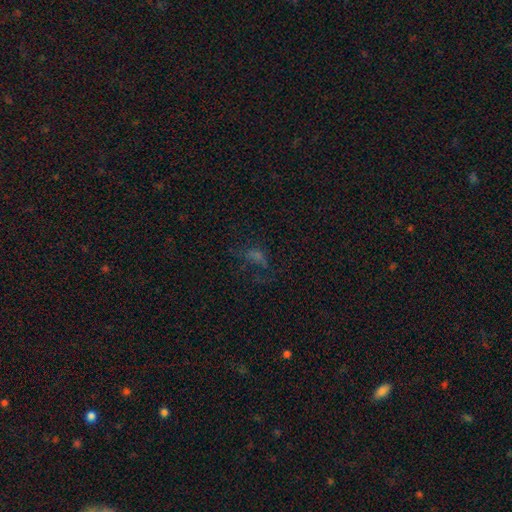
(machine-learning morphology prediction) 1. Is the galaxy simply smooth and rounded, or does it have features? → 37% star or artifact, 36% smooth, 27% featured or disk.